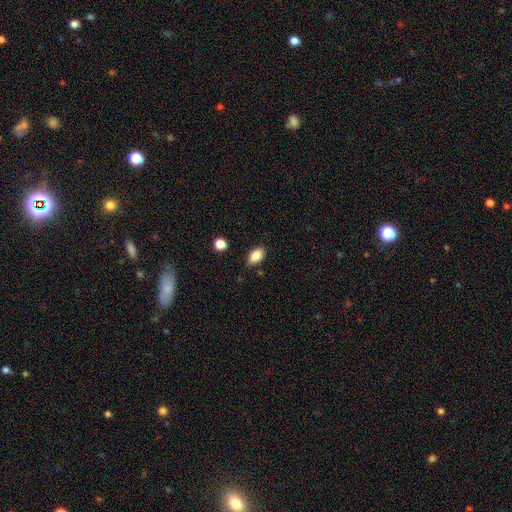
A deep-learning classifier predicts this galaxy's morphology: Smooth or featured: smooth — 84% (star or artifact — 8%)
How rounded: in between — 91% (round — 6%)
Merging: none — 84% (minor disturbance — 12%)